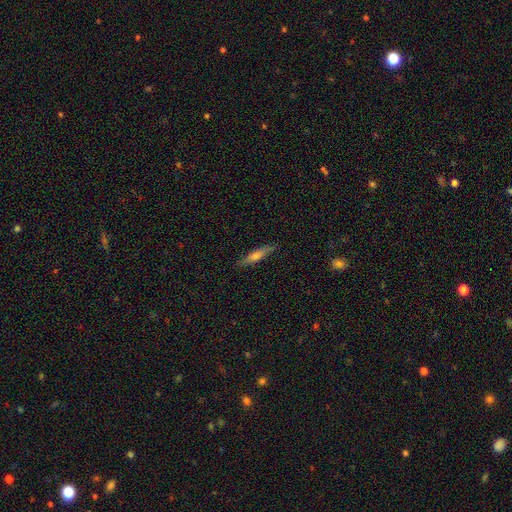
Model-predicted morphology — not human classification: smooth_or_featured: smooth (p=0.47) [alt: featured or disk p=0.46]
merging: none (p=0.86) [alt: minor disturbance p=0.11]